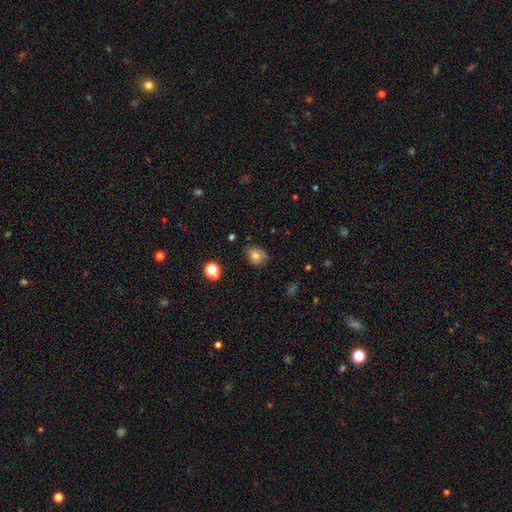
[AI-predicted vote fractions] Morphology: type=smooth (66%); roundness=round (56%); merging=none (70%).